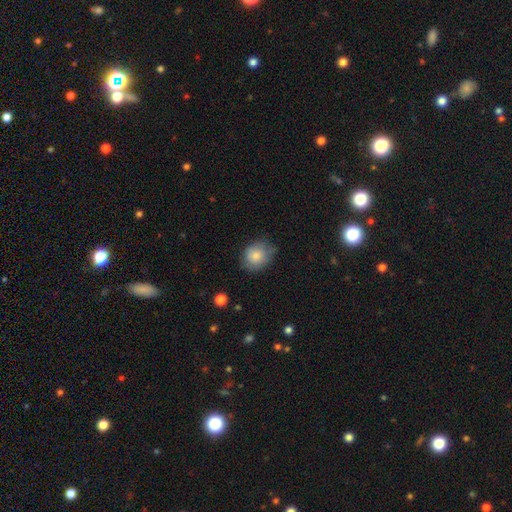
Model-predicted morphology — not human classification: This appears to be a smooth galaxy with no disk features (81%) that is round (66%). Merging: none (66%).